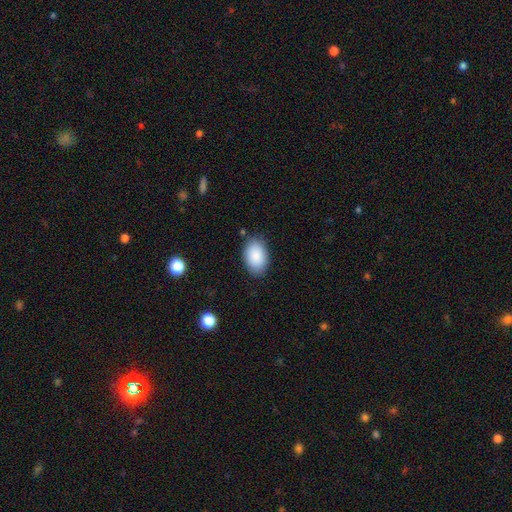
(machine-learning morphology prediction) Smooth or featured: smooth — 89% (star or artifact — 6%)
How rounded: in between — 91% (round — 8%)
Merging: none — 84% (minor disturbance — 12%)